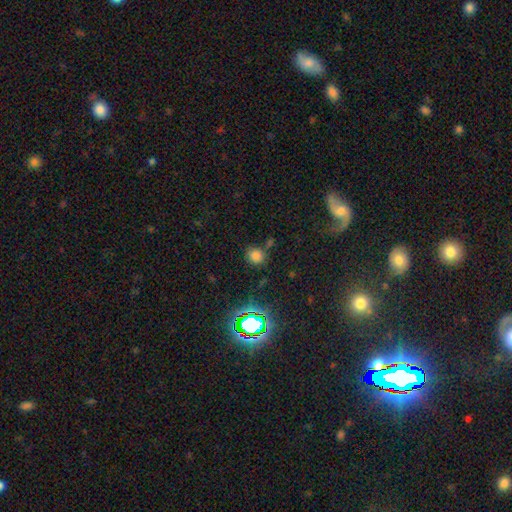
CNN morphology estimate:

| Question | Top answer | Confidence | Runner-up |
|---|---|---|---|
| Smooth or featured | smooth | 71% | star or artifact (23%) |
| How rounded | round | 81% | in between (18%) |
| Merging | none | 75% | minor disturbance (13%) |